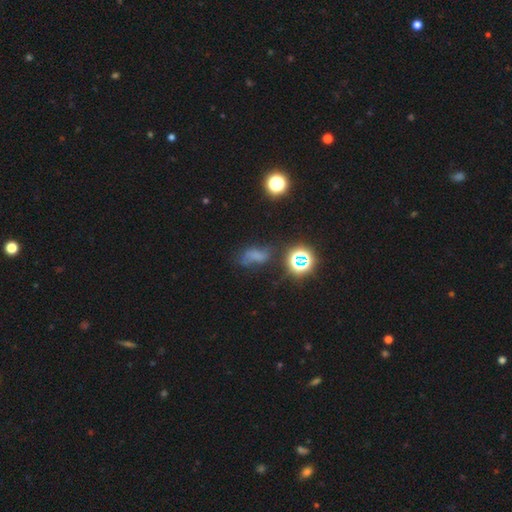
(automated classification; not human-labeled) smooth_or_featured: smooth (p=0.47) [alt: star or artifact p=0.31]
merging: none (p=0.42) [alt: minor disturbance p=0.26]